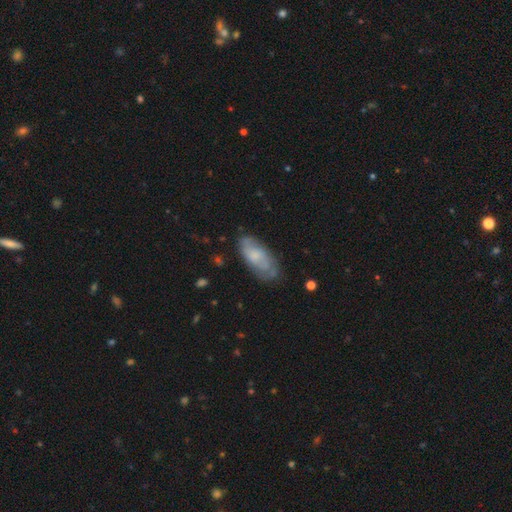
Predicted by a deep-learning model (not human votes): Smooth or featured?
  - smooth: 51% *
  - featured or disk: 42%
  - star or artifact: 7%
How rounded?
  - in between: 83% *
  - cigar-shaped: 15%
  - round: 2%
Merging?
  - none: 68% *
  - minor disturbance: 23%
  - major disturbance: 7%
  - merger: 2%